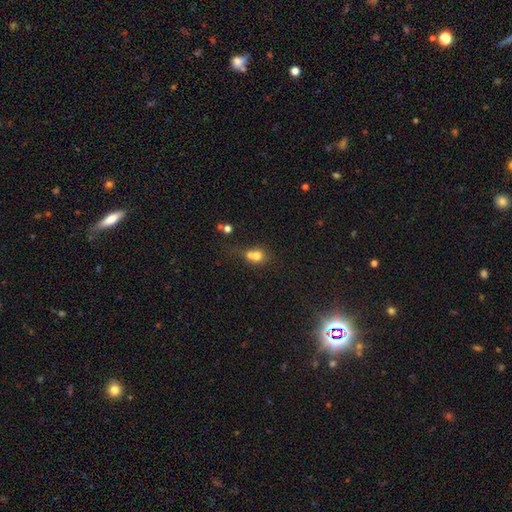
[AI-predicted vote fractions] Q: Smooth or featured?
A: smooth (71%); runner-up: featured or disk (16%)
Q: How rounded?
A: round (76%); runner-up: in between (23%)
Q: Merging?
A: merger (61%); runner-up: none (27%)